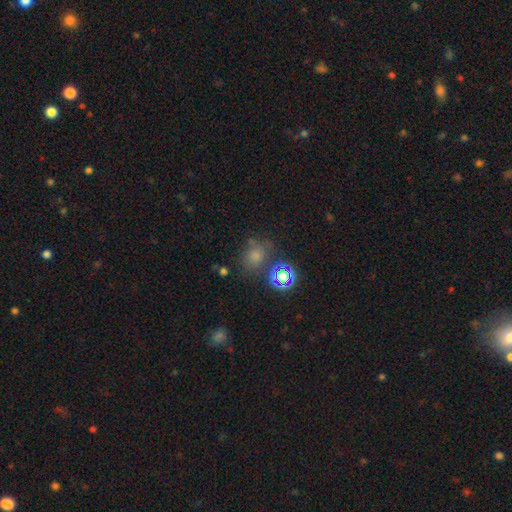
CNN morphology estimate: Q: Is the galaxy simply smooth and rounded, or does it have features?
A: smooth — 46%.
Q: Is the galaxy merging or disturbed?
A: none — 69%.